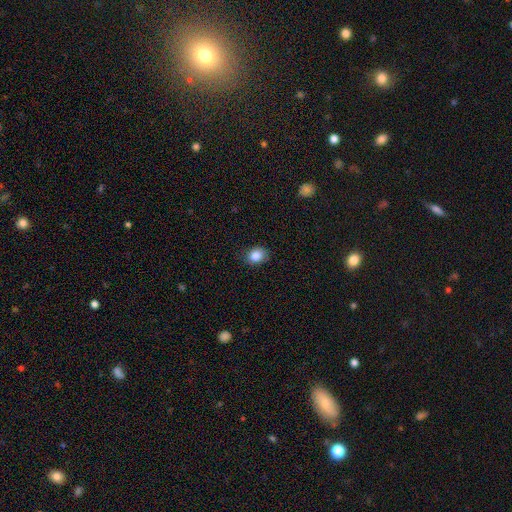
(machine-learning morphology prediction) This is clearly a smooth galaxy (85%). How rounded: possibly round (53%). Merging: clearly none (81%).